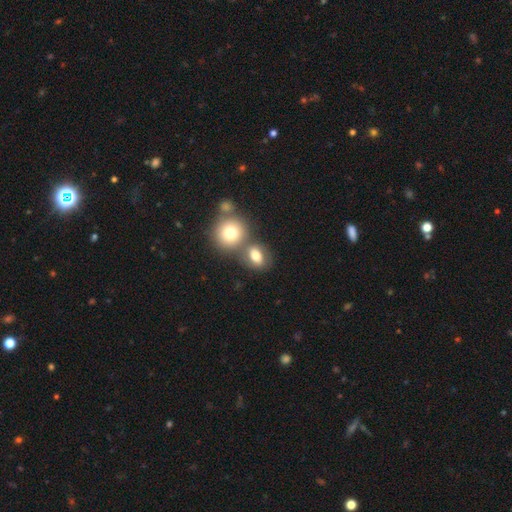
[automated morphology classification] The model was most divided on "how rounded": in between: 52%, round: 47%, cigar-shaped: 2%. Remaining: smooth or featured — smooth (75%); merging — none (46%).